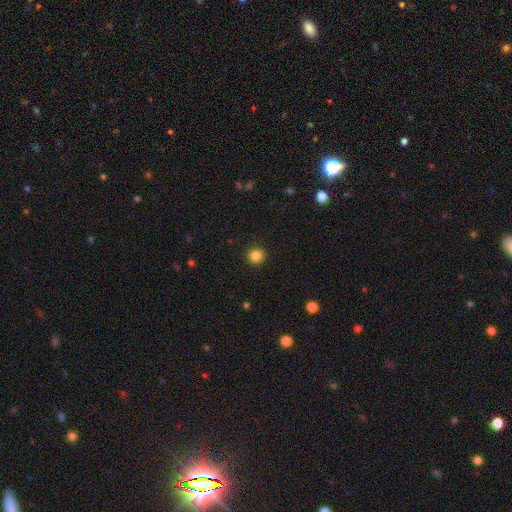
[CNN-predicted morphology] smooth 85%, star or artifact 11%, featured or disk 4%. Down the decision tree: how rounded — round (95%); merging — none (92%).